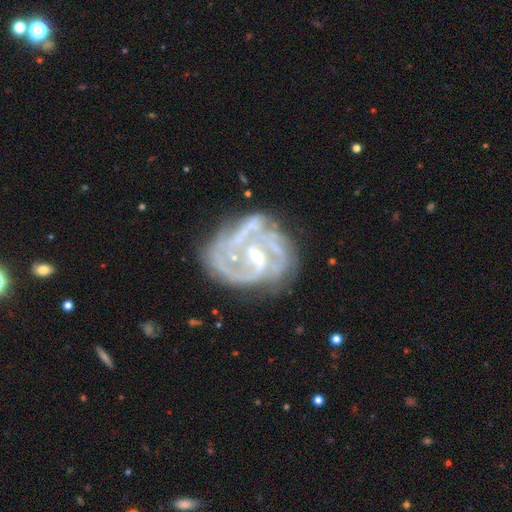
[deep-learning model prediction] This appears to be a featured or disk galaxy (87%) with a weak bar (46%), 2 (35%) medium (46%) spiral arms (90%) and a small central bulge (64%). Merging: none (45%).